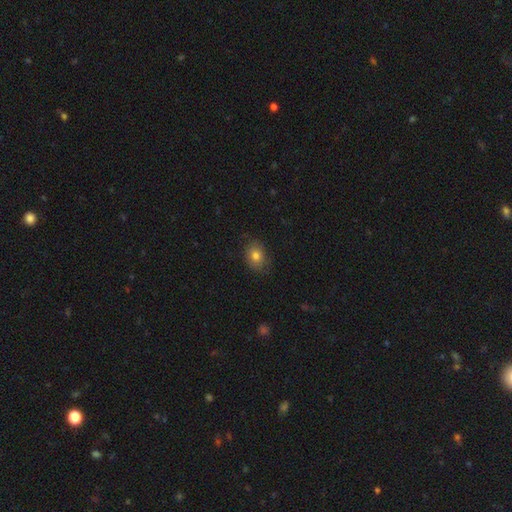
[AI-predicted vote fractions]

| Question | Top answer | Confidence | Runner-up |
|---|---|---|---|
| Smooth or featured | smooth | 80% | featured or disk (10%) |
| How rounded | in between | 62% | round (37%) |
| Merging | none | 78% | minor disturbance (17%) |